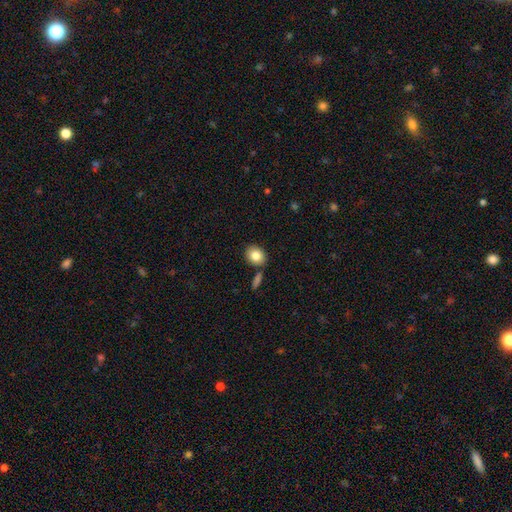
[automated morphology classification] This is clearly a smooth galaxy (83%). How rounded: possibly round (54%). Merging: likely none (79%).